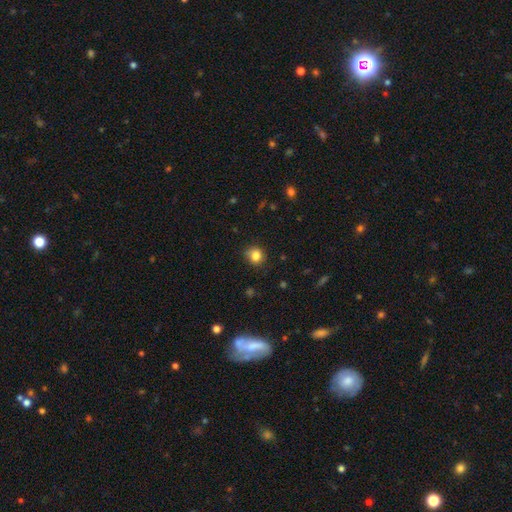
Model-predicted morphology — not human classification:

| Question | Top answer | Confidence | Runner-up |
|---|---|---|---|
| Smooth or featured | smooth | 83% | star or artifact (11%) |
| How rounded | round | 82% | in between (17%) |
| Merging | none | 80% | minor disturbance (16%) |